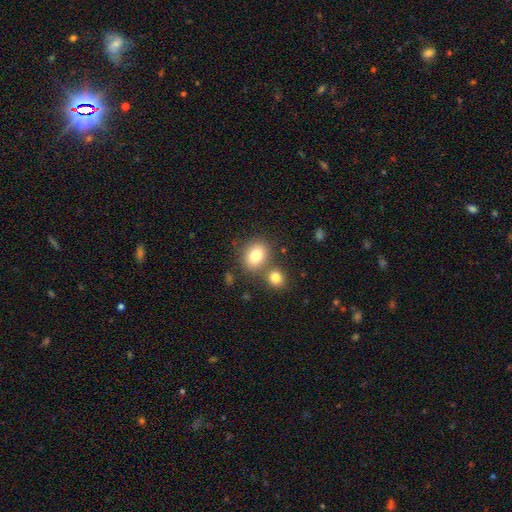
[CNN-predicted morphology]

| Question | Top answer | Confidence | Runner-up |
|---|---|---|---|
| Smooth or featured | smooth | 80% | featured or disk (10%) |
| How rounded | in between | 54% | round (45%) |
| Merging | none | 61% | merger (26%) |